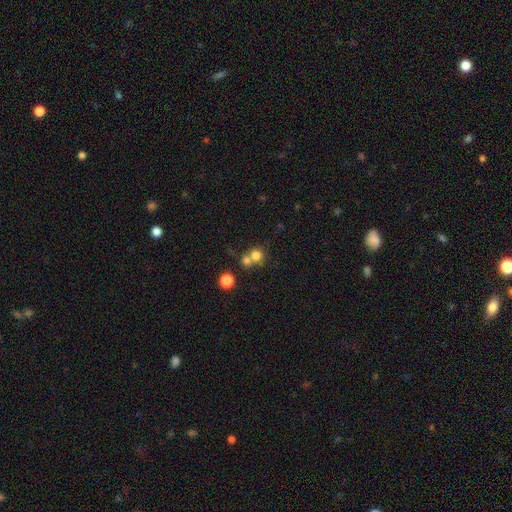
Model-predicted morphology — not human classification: smooth-or-featured: smooth: 76% | star or artifact: 13% | featured or disk: 11%
  how-rounded: round: 88% | in between: 11% | cigar-shaped: 1%
  merging: merger: 46% | none: 45% | minor disturbance: 6% | major disturbance: 3%